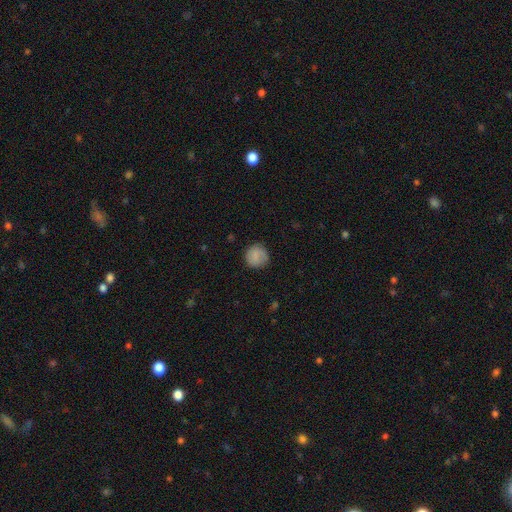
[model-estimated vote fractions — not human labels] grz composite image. It shows a smooth galaxy with no disk features (81%) that is round (91%). Merging: none (81%).